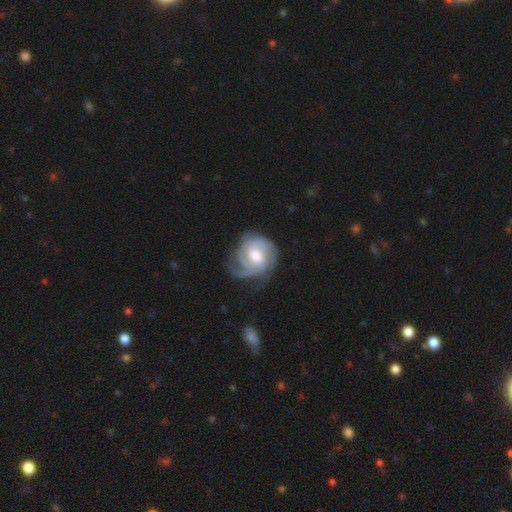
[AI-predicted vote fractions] featured or disk 84%, smooth 11%, star or artifact 5%. Down the decision tree: edge-on disk — no (98%); bar — weak (46%); spiral arms — yes (96%); spiral arm count — 3 (33%); spiral winding — tight (59%); bulge size — moderate (65%); merging — none (61%).